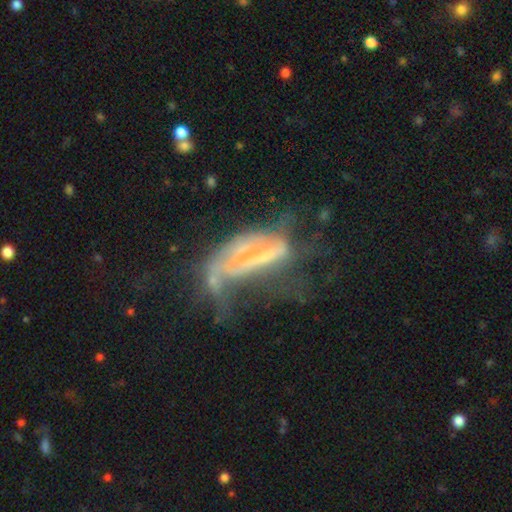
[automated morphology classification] The model was most divided on "bulge size": none: 54%, small: 24%, moderate: 15%, large: 5%, dominant: 2%. More confident: edge-on disk — no (87%); spiral arms — no (75%); bar — no (64%); smooth or featured — featured or disk (58%); merging — major disturbance (51%).